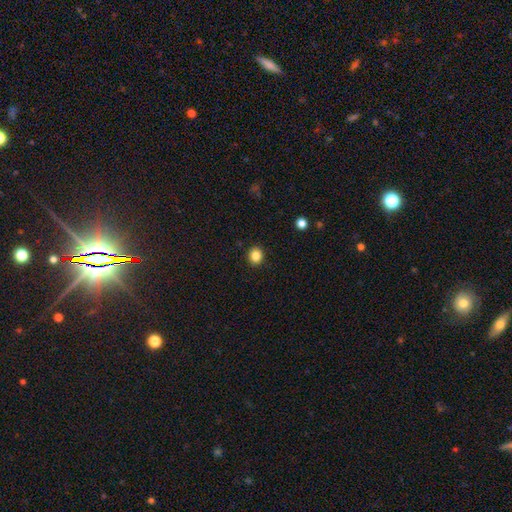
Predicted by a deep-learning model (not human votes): The model was most divided on "how rounded": round: 75%, in between: 24%, cigar-shaped: 1%. More confident: merging — none (92%); smooth or featured — smooth (85%).